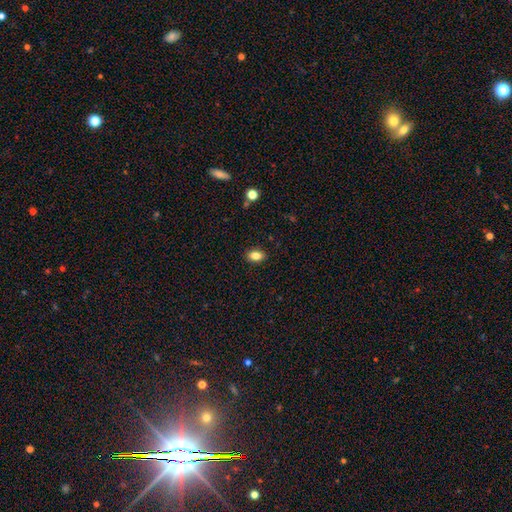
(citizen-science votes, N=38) Smooth or featured? smooth (82%)
How rounded? in between (90%)
Merging? none (91%)